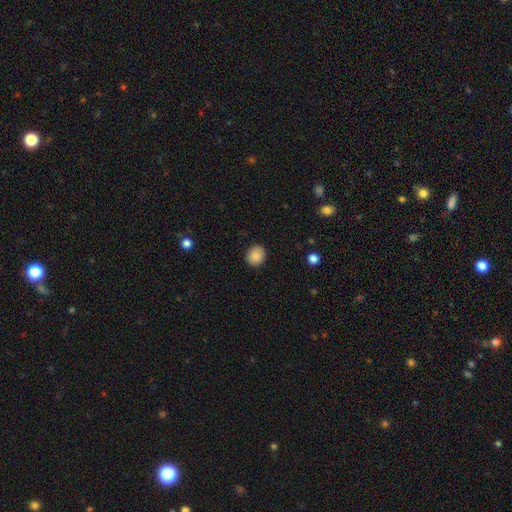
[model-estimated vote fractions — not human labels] Smooth or featured? smooth (88%)
How rounded? round (79%)
Merging? none (89%)